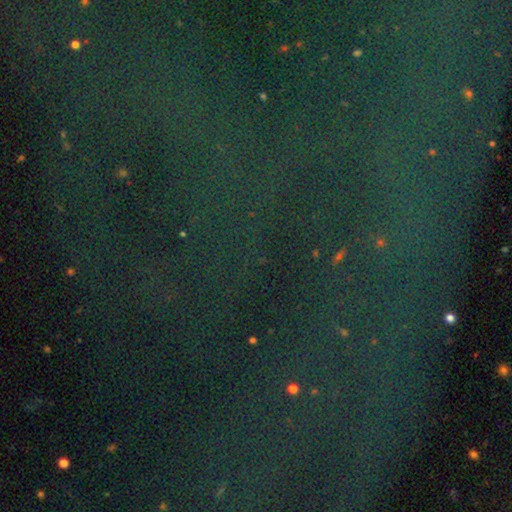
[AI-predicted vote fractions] Smooth or featured?
  - star or artifact: 82% *
  - smooth: 10%
  - featured or disk: 8%